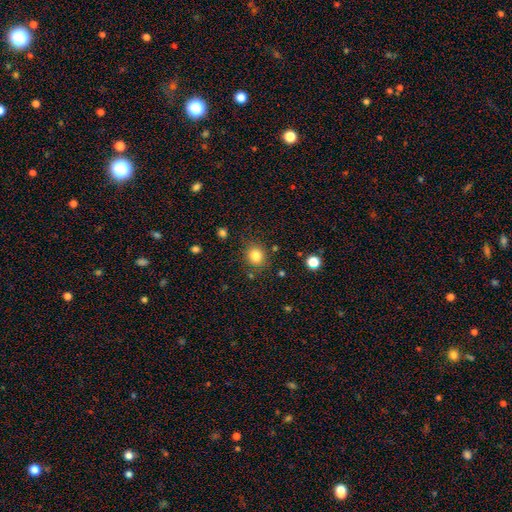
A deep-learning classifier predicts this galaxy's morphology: Q: Smooth or featured?
A: smooth (83%); runner-up: star or artifact (11%)
Q: How rounded?
A: round (78%); runner-up: in between (21%)
Q: Merging?
A: none (83%); runner-up: minor disturbance (11%)